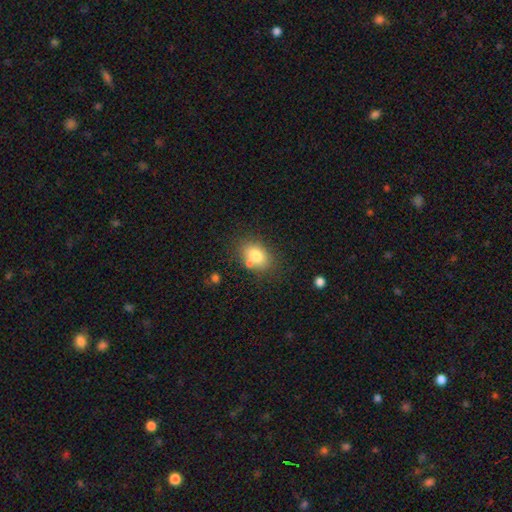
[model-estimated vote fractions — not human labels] A smooth galaxy with no disk features (79%) that is in between round and cigar-shaped (74%).

Vote fractions:
- Smooth or featured? smooth: 79% / featured or disk: 12% / star or artifact: 9%
- How rounded? in between: 74% / round: 24% / cigar-shaped: 1%
- Merging? none: 66% / minor disturbance: 15% / merger: 14% / major disturbance: 4%